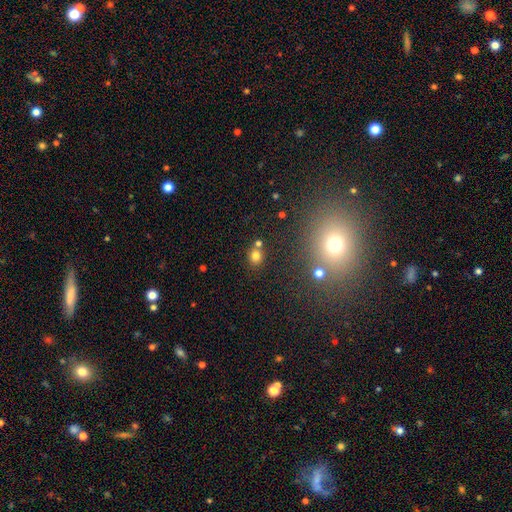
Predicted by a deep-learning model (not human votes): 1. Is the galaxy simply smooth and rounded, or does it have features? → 76% smooth, 16% star or artifact, 8% featured or disk.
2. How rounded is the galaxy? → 69% round, 30% in between, 1% cigar-shaped.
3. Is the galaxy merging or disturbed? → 67% none, 20% merger, 10% minor disturbance, 3% major disturbance.